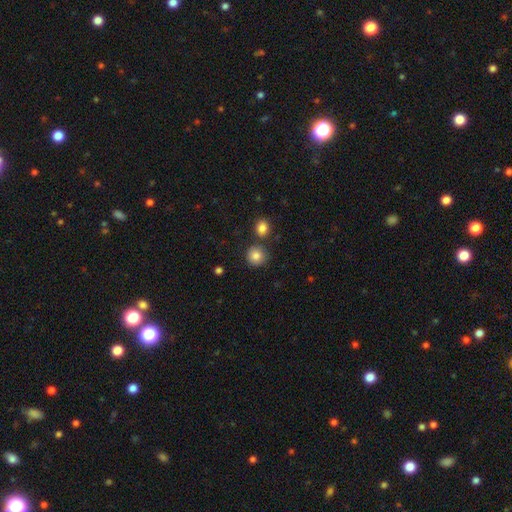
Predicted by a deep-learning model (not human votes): Overall: smooth (85%). How rounded: round (90%). Merging: none (78%).